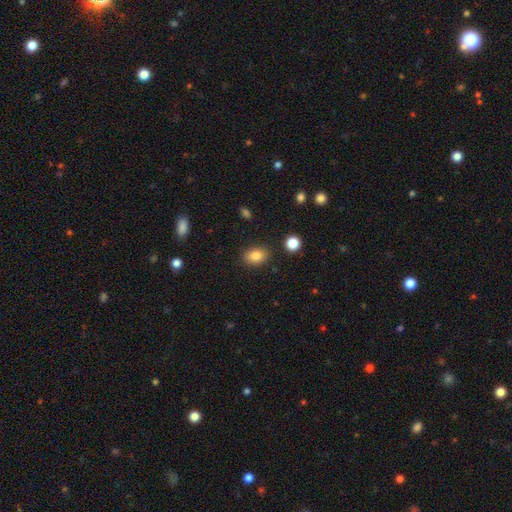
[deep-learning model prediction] A smooth galaxy with no disk features (85%) that is in between round and cigar-shaped (76%). Merging: none (85%).